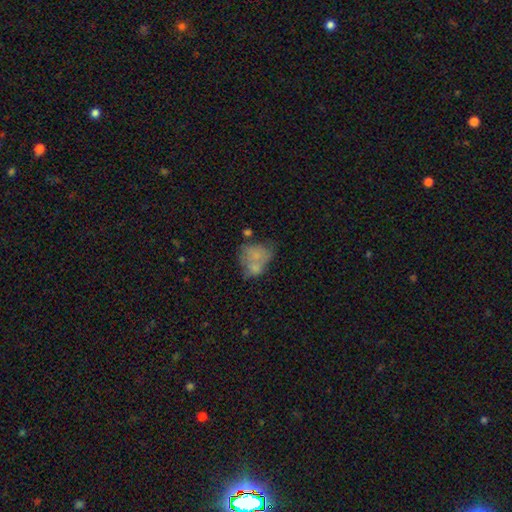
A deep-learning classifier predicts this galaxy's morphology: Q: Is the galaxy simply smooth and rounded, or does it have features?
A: smooth — 60%.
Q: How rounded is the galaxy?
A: in between — 54%.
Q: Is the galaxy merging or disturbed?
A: merger — 38%.